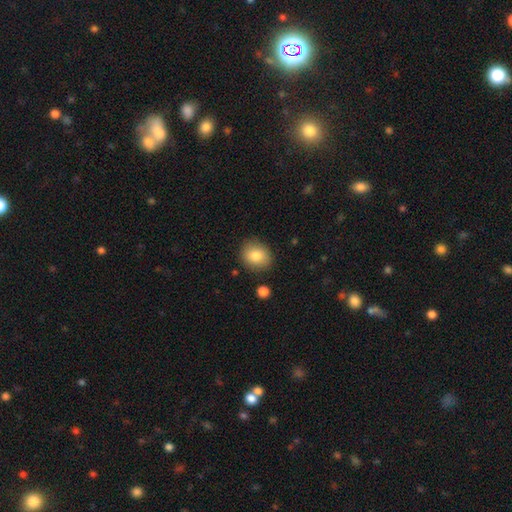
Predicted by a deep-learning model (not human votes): A smooth galaxy with no disk features (83%) that is round (68%). Merging: none (85%).